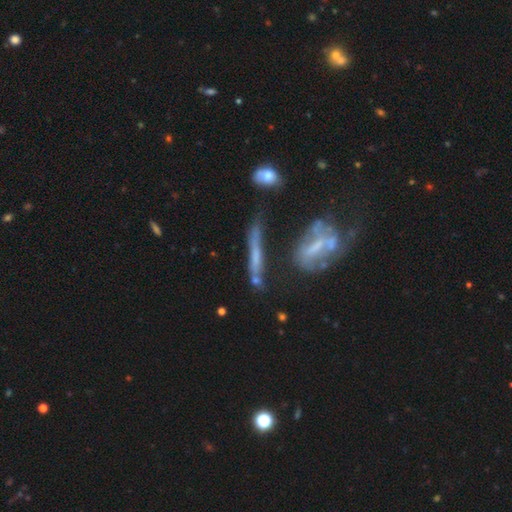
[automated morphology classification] This is possibly a featured or disk galaxy (52%). It is likely viewed edge-on (67%). Merging: possibly none (47%).